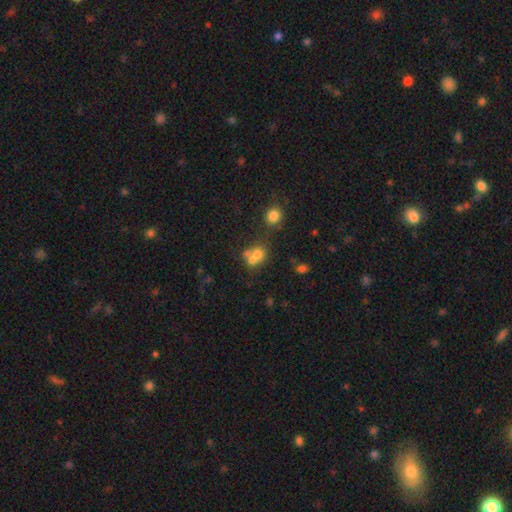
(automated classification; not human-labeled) Q: Smooth or featured?
A: smooth (64%); runner-up: featured or disk (20%)
Q: How rounded?
A: round (71%); runner-up: in between (27%)
Q: Merging?
A: merger (57%); runner-up: none (30%)